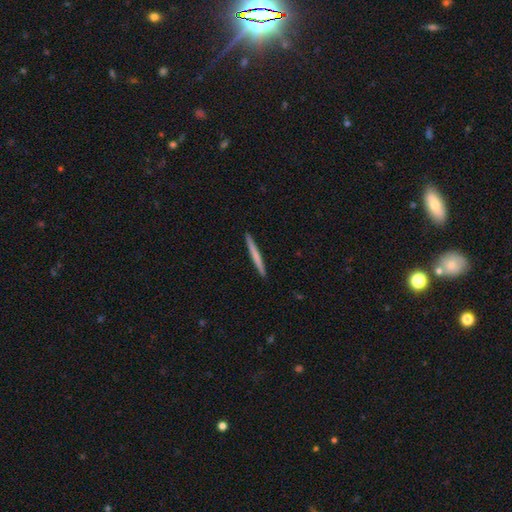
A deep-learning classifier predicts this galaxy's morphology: smooth_or_featured: smooth (p=0.61) [alt: featured or disk p=0.34]
how_rounded: cigar-shaped (p=0.97) [alt: in between p=0.02]
merging: none (p=0.93) [alt: minor disturbance p=0.05]